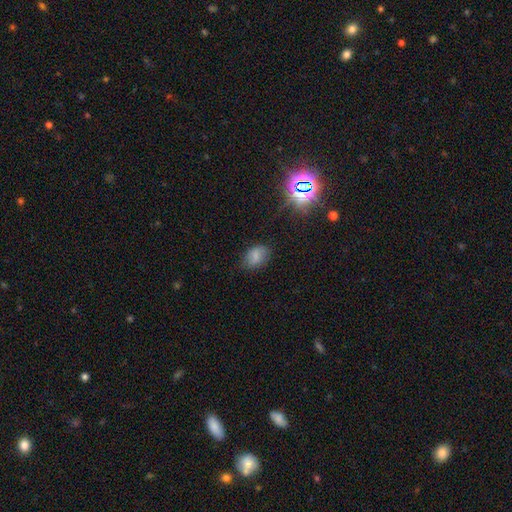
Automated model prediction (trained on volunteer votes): The model was most divided on "smooth or featured": smooth: 70%, featured or disk: 16%, star or artifact: 14%. More confident: how rounded — in between (83%); merging — none (76%).